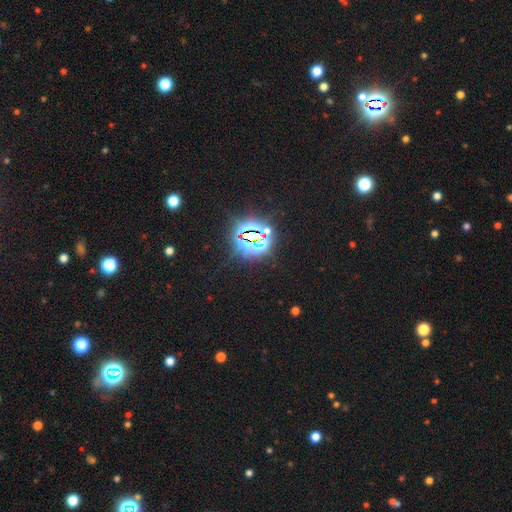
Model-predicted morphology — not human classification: smooth-or-featured: star or artifact: 84% | smooth: 10% | featured or disk: 6%